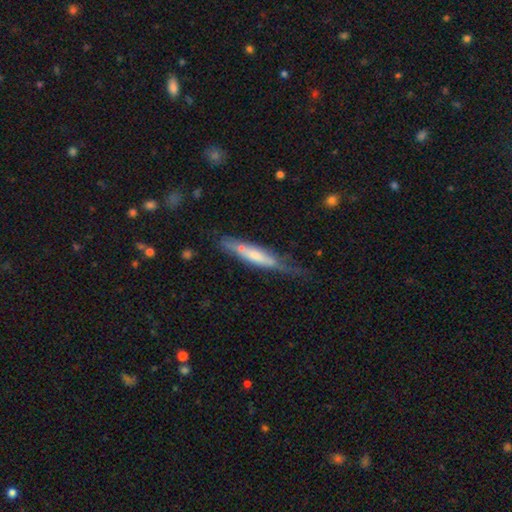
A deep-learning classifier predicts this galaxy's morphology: smooth-or-featured: smooth: 50% | featured or disk: 44% | star or artifact: 6%
  how-rounded: cigar-shaped: 82% | in between: 16% | round: 2%
  merging: none: 44% | minor disturbance: 31% | major disturbance: 18% | merger: 8%